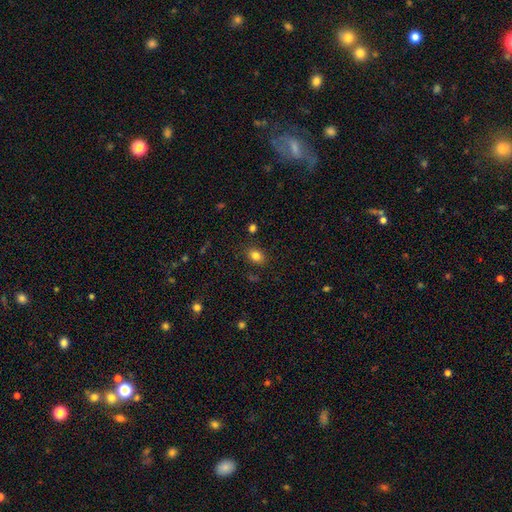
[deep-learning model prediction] smooth 83%, star or artifact 11%, featured or disk 6%. Down the decision tree: how rounded — in between (65%); merging — none (84%).